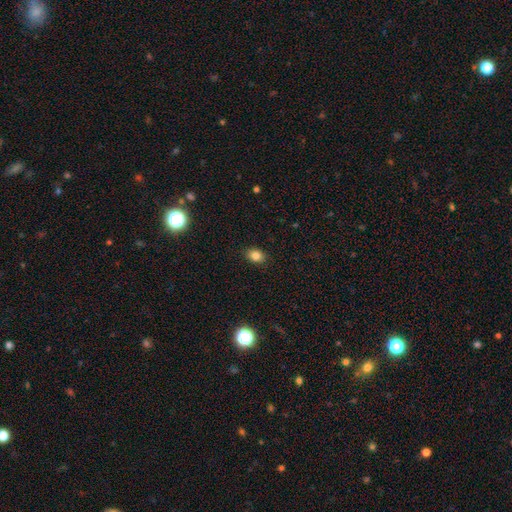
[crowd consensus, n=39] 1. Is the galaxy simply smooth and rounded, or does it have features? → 82% smooth, 10% featured or disk, 8% star or artifact.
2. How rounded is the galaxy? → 91% in between, 9% round, 0% cigar-shaped.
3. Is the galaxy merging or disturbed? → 94% none, 6% minor disturbance, 0% major disturbance, 0% merger.